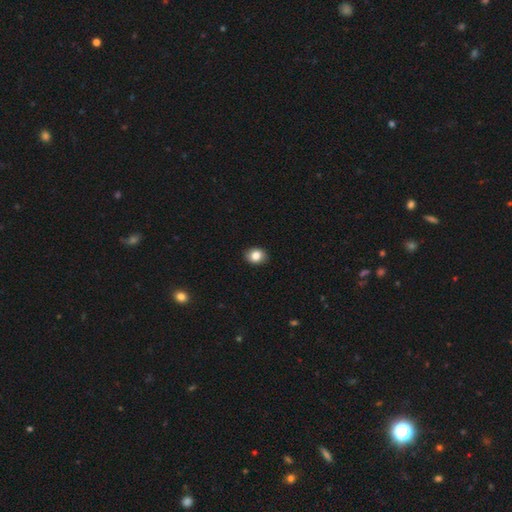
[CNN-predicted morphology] This is clearly a smooth galaxy (84%). How rounded: possibly in between (50%). Merging: clearly none (91%).